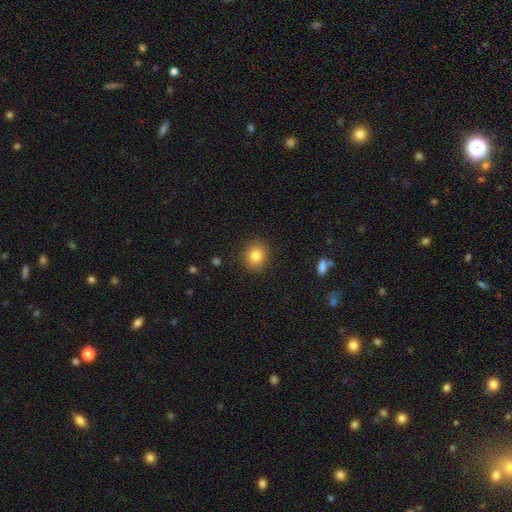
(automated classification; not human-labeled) This is clearly a smooth galaxy (82%). How rounded: clearly round (82%). Merging: clearly none (90%).